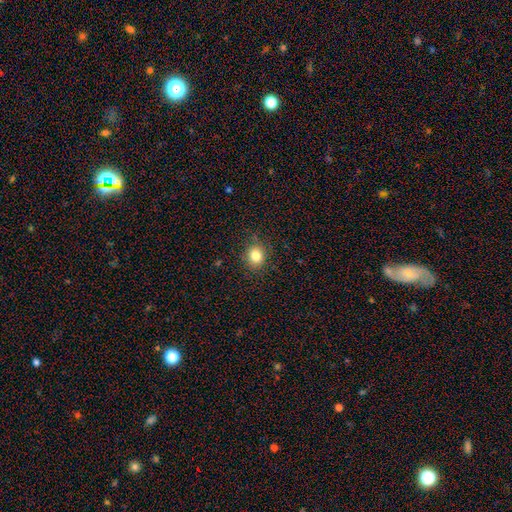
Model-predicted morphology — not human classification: type=smooth (82%); roundness=round (74%); merging=none (86%).